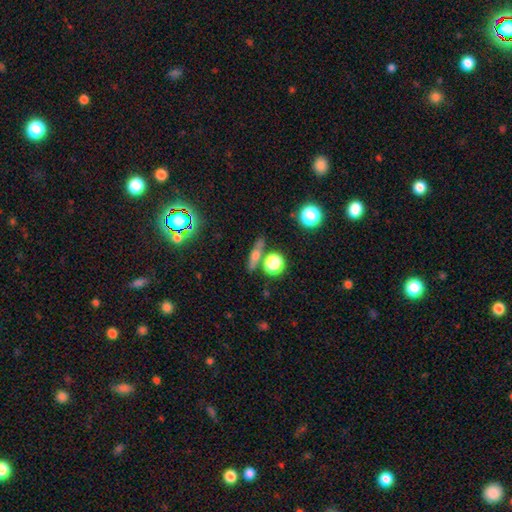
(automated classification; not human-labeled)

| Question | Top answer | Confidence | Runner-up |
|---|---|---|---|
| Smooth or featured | smooth | 48% | featured or disk (37%) |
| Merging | none | 77% | minor disturbance (10%) |